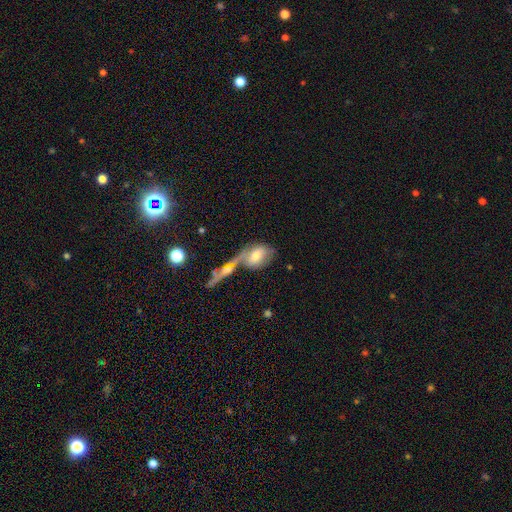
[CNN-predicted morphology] type=smooth (58%); roundness=in between (75%); merging=merger (49%).